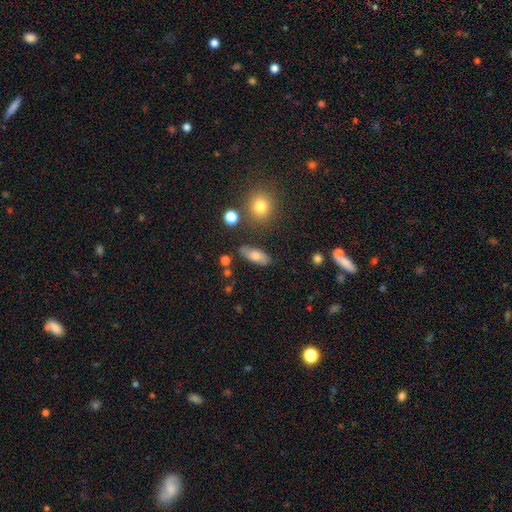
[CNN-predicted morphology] Smooth or featured: smooth — 69% (featured or disk — 23%)
How rounded: in between — 79% (cigar-shaped — 16%)
Merging: none — 79% (minor disturbance — 14%)